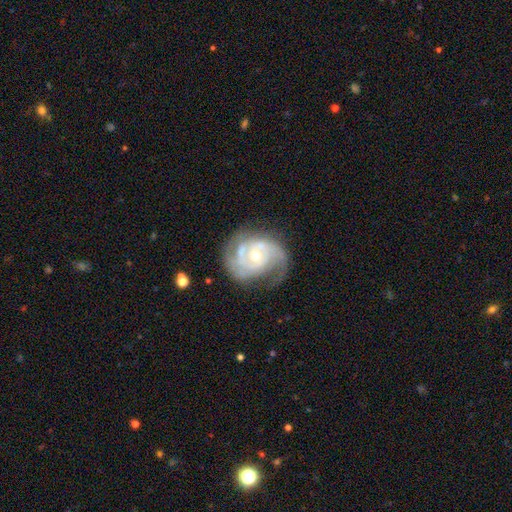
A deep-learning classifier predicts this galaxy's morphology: Smooth or featured? Predicted: featured or disk (p=0.89). Edge-on disk? Predicted: no (p=0.98). Bar? Predicted: no (p=0.65). Spiral arms? Predicted: yes (p=0.97). Spiral winding? Predicted: tight (p=0.52). Spiral arm count? Predicted: 2 (p=0.44). Bulge size? Predicted: moderate (p=0.50). Merging? Predicted: none (p=0.63).